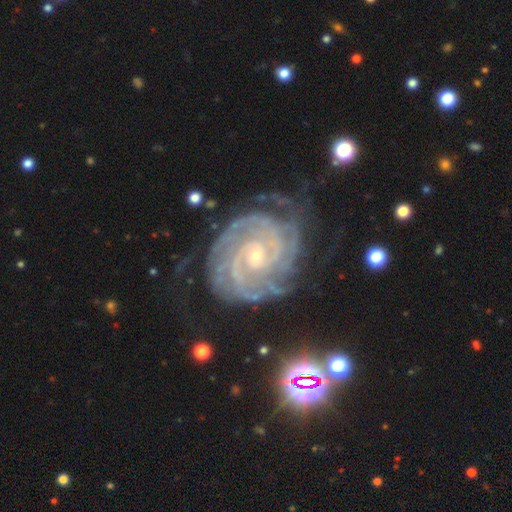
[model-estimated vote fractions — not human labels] This is clearly a featured or disk galaxy (91%). It is clearly not viewed edge-on (98%). Bar: likely no (63%). Spiral arm pattern: clearly yes (99%). Spiral arm count: marginally 2 (26%). Spiral winding: clearly tight (80%). Central bulge: likely small (79%). Merging: likely none (69%).